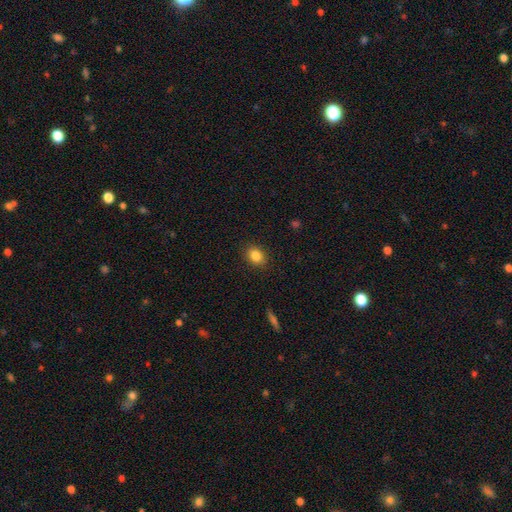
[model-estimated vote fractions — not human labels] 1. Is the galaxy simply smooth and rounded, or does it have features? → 85% smooth, 10% star or artifact, 5% featured or disk.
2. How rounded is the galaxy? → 53% in between, 46% round, 1% cigar-shaped.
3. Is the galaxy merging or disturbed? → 88% none, 8% minor disturbance, 2% major disturbance, 1% merger.